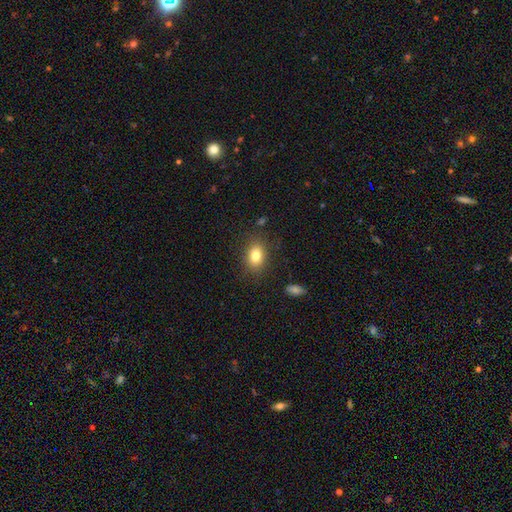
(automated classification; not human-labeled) This appears to be a smooth galaxy with no disk features (81%) that is in between round and cigar-shaped (71%). Merging: none (84%).